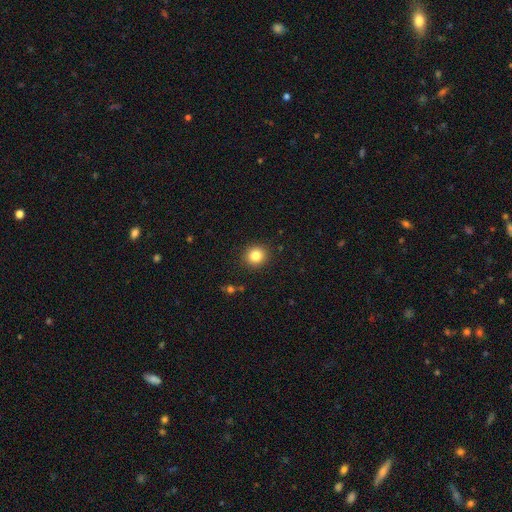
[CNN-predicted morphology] A smooth galaxy with no disk features (83%) that is round (89%). Merging: none (91%).